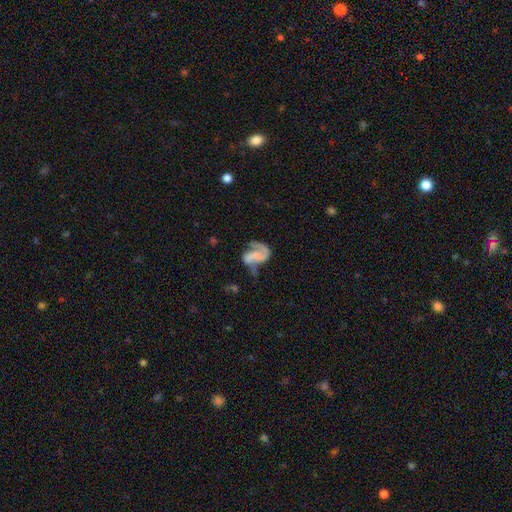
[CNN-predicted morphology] type=featured or disk (77%); edge-on=no (98%); bar=no (44%); spiral arms=yes (90%); winding=loose (52%); arm count=2 (80%); bulge=none (68%); merging=none (38%).